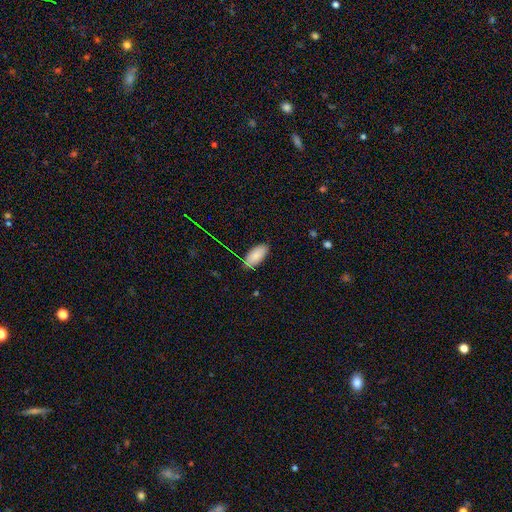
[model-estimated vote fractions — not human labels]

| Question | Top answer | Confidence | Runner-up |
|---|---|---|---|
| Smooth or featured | smooth | 85% | featured or disk (8%) |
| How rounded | in between | 91% | cigar-shaped (7%) |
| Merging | none | 81% | minor disturbance (15%) |